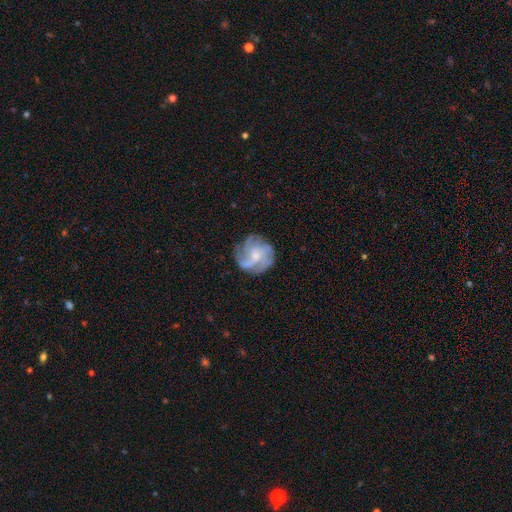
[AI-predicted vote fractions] Smooth or featured: featured or disk — 71% (smooth — 21%)
Edge-on disk: no — 98% (yes — 2%)
Bar: no — 66% (weak — 29%)
Spiral arms: yes — 91% (no — 9%)
Spiral winding: medium — 43% (tight — 32%)
Spiral arm count: 3 — 28% (4 — 26%)
Bulge size: moderate — 44% (small — 32%)
Merging: none — 72% (minor disturbance — 17%)